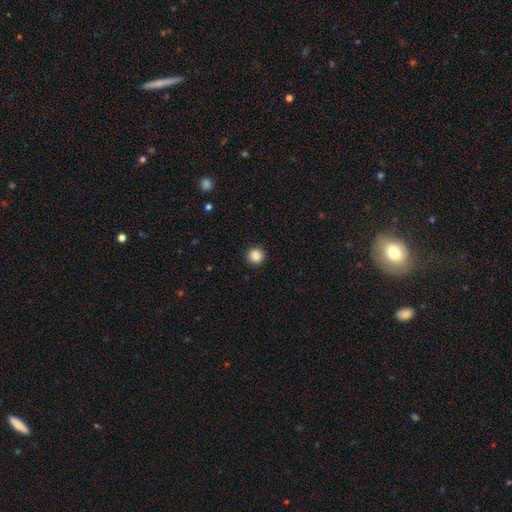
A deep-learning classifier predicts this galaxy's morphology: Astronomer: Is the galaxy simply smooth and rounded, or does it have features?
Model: smooth — 86%.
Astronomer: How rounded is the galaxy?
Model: round — 94%.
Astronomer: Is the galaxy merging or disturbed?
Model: none — 92%.